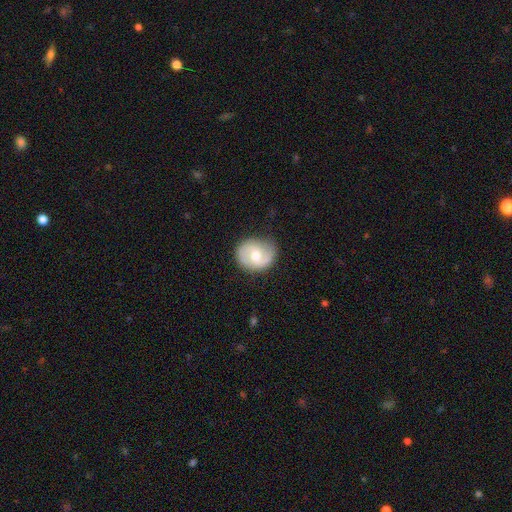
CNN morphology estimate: Overall: featured or disk (60%; smooth 34%). Edge-on disk: no (97%). Bar: no (51%; weak 41%). Spiral arms: yes (85%). Bulge size: moderate (68%). Merging: none (74%).